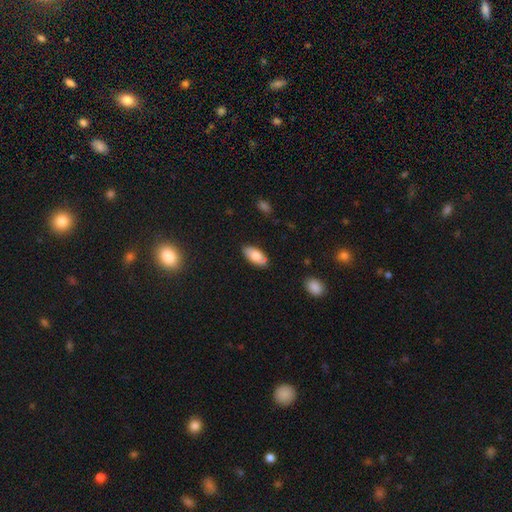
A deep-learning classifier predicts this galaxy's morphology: Smooth or featured? smooth (73%)
How rounded? in between (92%)
Merging? none (83%)